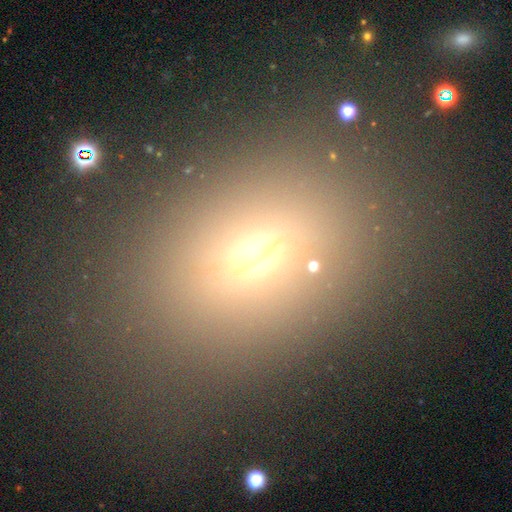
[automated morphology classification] type=smooth (61%); roundness=in between (61%); merging=none (80%).